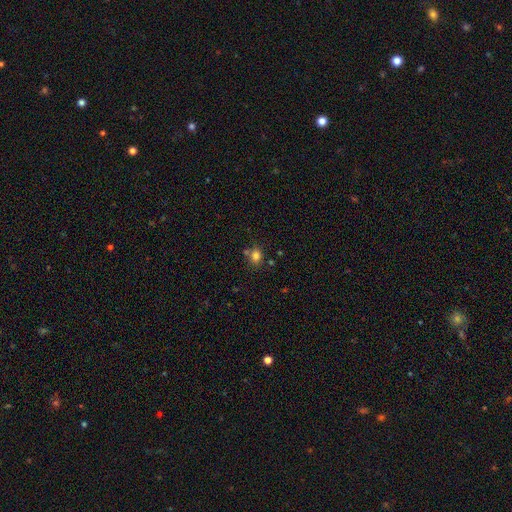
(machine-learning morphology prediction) This appears to be a smooth galaxy with no disk features (79%) that is round (58%). Merging: none (66%).